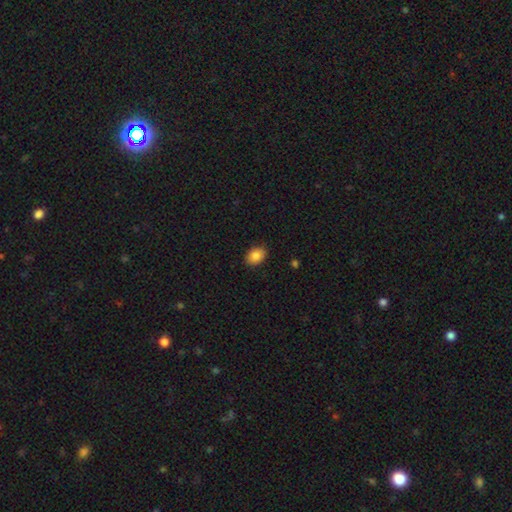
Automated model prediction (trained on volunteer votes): Q: Smooth or featured?
A: smooth (87%); runner-up: star or artifact (8%)
Q: How rounded?
A: in between (77%); runner-up: round (22%)
Q: Merging?
A: none (88%); runner-up: minor disturbance (9%)